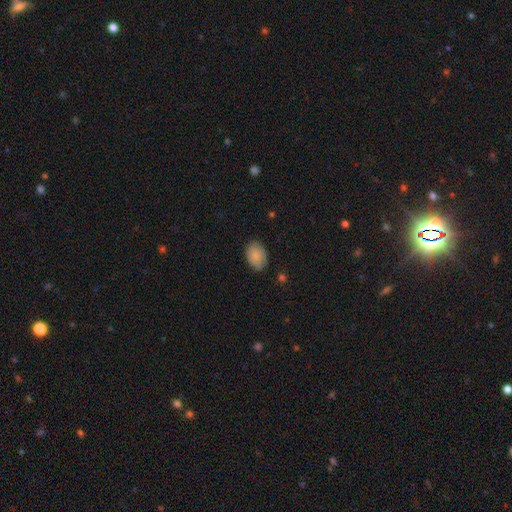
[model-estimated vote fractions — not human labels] Smooth or featured? Predicted: smooth (p=0.84). How rounded? Predicted: in between (p=0.80). Merging? Predicted: none (p=0.77).